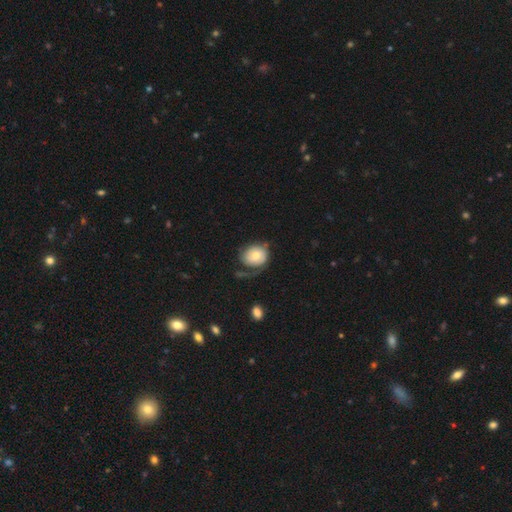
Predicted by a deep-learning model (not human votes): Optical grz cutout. It shows a smooth galaxy with no disk features (58%) that is round (62%). Merging: none (44%).